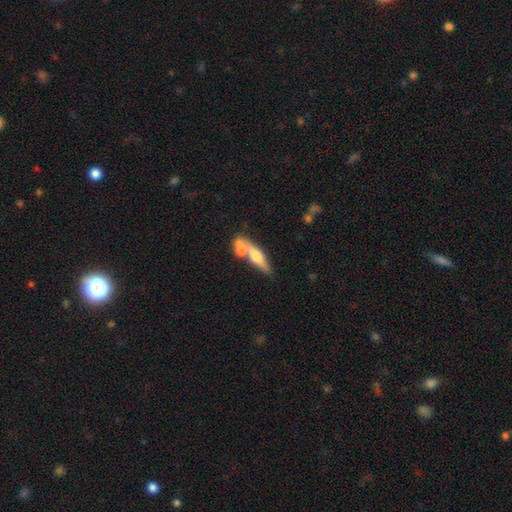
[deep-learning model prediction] A smooth galaxy with no disk features (49%). Merging: merger (48%).